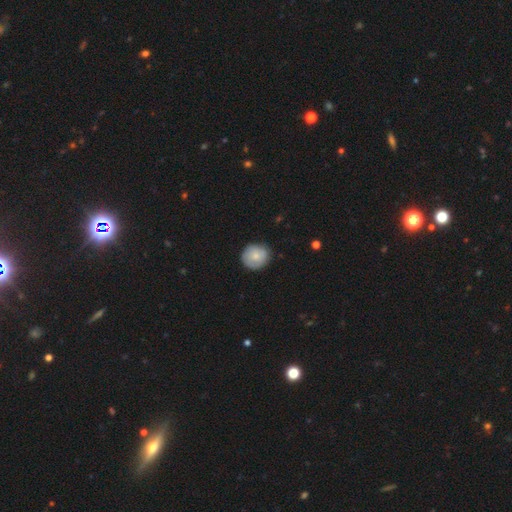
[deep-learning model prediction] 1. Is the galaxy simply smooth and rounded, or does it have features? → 75% smooth, 19% featured or disk, 6% star or artifact.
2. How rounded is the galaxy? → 87% round, 13% in between, 1% cigar-shaped.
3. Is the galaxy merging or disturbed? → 83% none, 14% minor disturbance, 3% major disturbance, 1% merger.